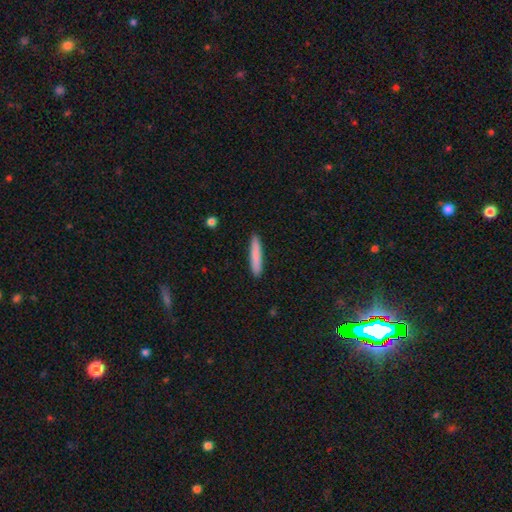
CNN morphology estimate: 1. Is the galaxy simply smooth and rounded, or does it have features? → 83% smooth, 11% featured or disk, 6% star or artifact.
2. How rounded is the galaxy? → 92% cigar-shaped, 7% in between, 1% round.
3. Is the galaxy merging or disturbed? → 91% none, 7% minor disturbance, 1% major disturbance, 1% merger.